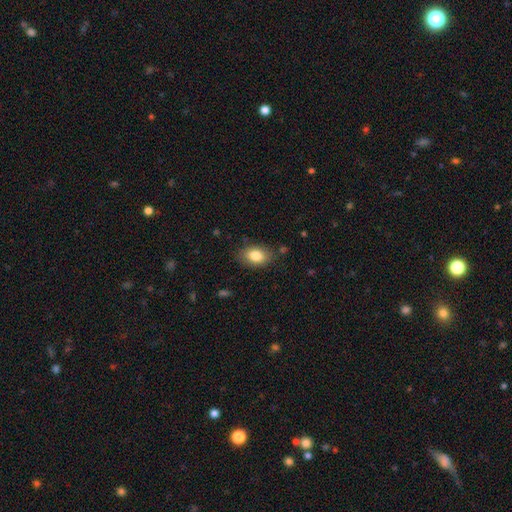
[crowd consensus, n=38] Smooth or featured? smooth (84%)
How rounded? in between (81%)
Merging? none (86%)